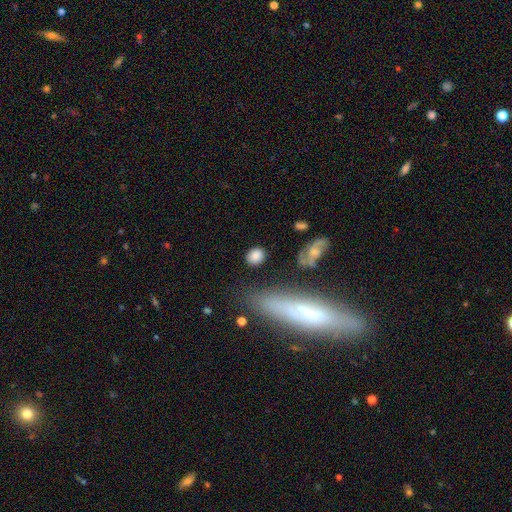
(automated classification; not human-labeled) This appears to be a smooth galaxy with no disk features (84%) that is round (62%). Merging: none (78%).